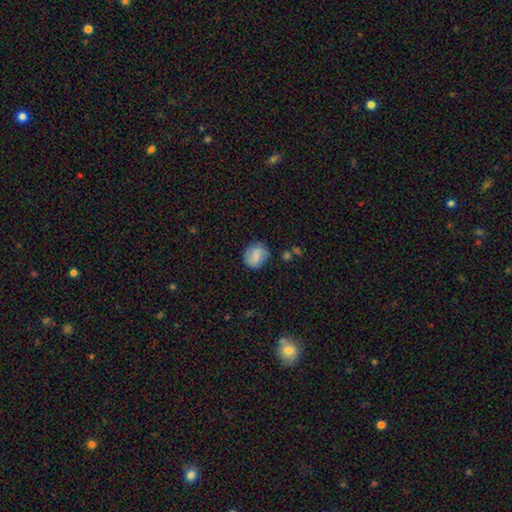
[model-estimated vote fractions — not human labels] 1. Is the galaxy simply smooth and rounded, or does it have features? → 64% smooth, 28% featured or disk, 9% star or artifact.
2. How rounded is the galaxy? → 77% round, 22% in between, 1% cigar-shaped.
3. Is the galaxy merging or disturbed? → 73% none, 18% minor disturbance, 5% major disturbance, 3% merger.